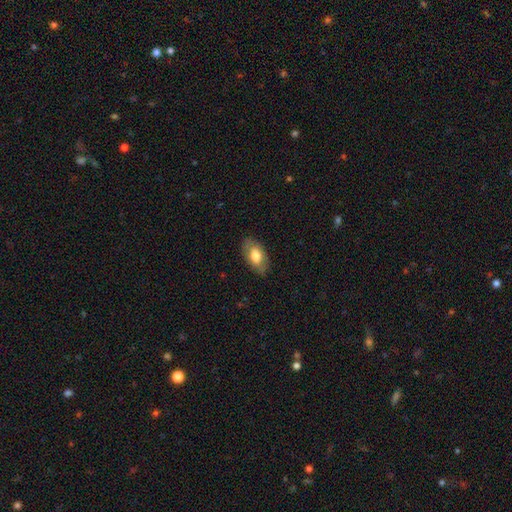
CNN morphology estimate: Smooth or featured? Predicted: smooth (p=0.71). How rounded? Predicted: in between (p=0.93). Merging? Predicted: none (p=0.83).